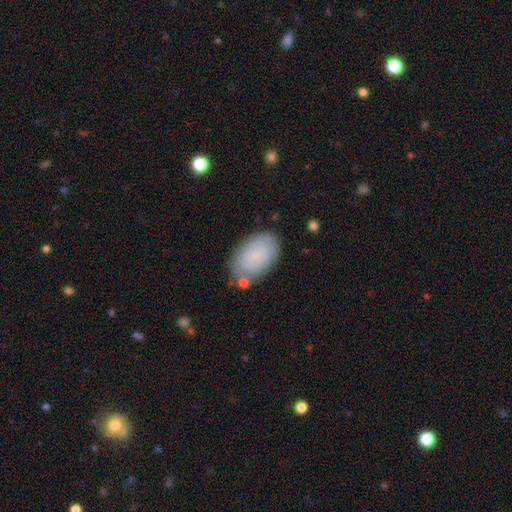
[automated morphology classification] smooth-or-featured: smooth: 75% | featured or disk: 18% | star or artifact: 7%
  how-rounded: in between: 93% | round: 6% | cigar-shaped: 1%
  merging: none: 74% | minor disturbance: 17% | merger: 5% | major disturbance: 4%